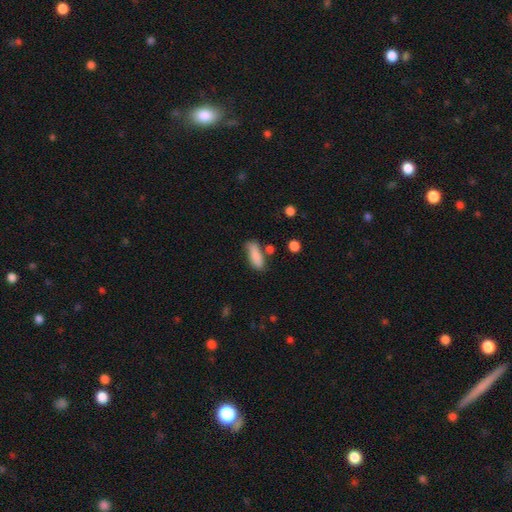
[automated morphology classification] smooth-or-featured: smooth: 85% | featured or disk: 7% | star or artifact: 7%
  how-rounded: in between: 65% | cigar-shaped: 32% | round: 3%
  merging: none: 61% | minor disturbance: 22% | merger: 10% | major disturbance: 7%